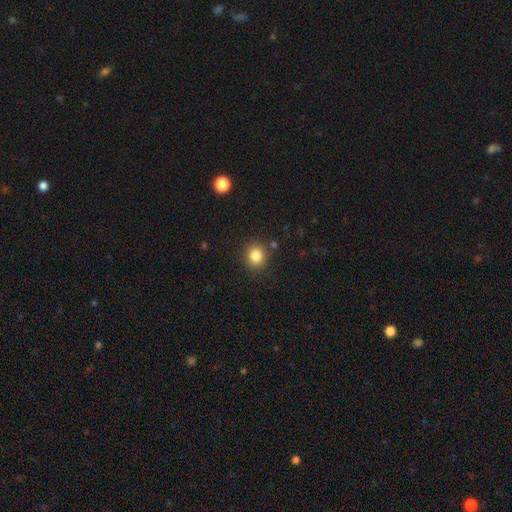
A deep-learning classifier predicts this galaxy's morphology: A smooth galaxy with no disk features (84%) that is round (85%). Merging: none (87%).